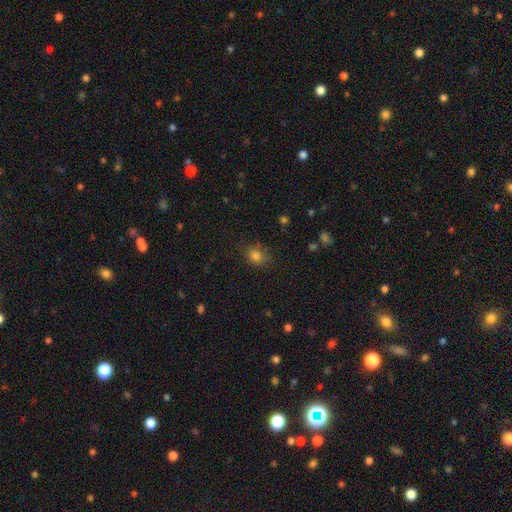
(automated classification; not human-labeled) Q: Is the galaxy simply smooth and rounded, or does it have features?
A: smooth — 80%.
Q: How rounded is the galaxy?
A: round — 64%.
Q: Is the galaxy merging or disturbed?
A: none — 77%.